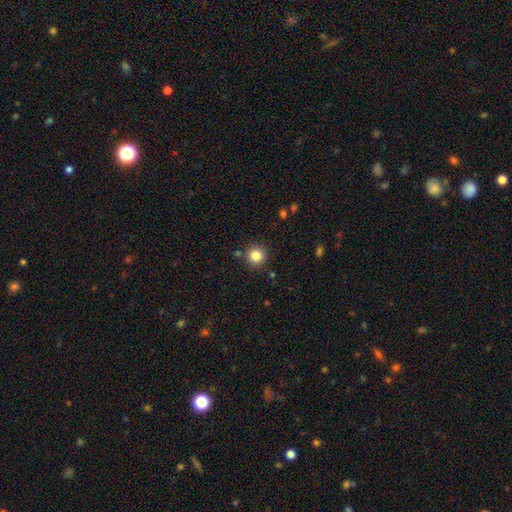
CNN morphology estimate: A smooth galaxy with no disk features (84%) that is round (94%).

Vote fractions:
- Smooth or featured? smooth: 84% / star or artifact: 11% / featured or disk: 5%
- How rounded? round: 94% / in between: 5% / cigar-shaped: 1%
- Merging? none: 88% / minor disturbance: 7% / merger: 3% / major disturbance: 2%